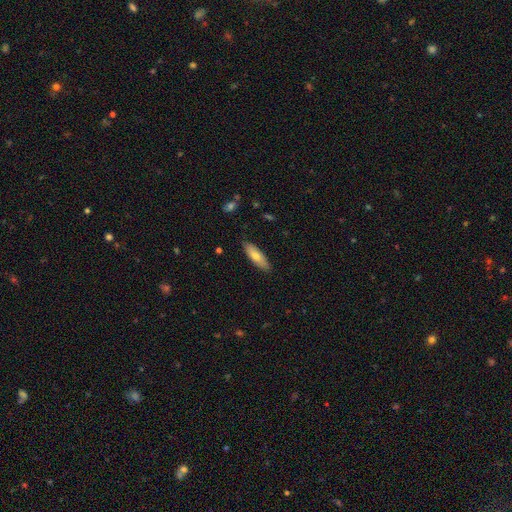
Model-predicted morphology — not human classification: A smooth galaxy with no disk features (73%) that is in between round and cigar-shaped (50%). Merging: none (86%).